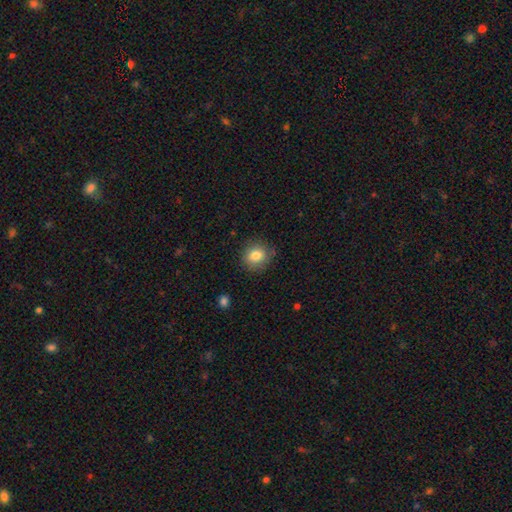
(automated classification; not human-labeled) smooth 83%, star or artifact 9%, featured or disk 8%. Down the decision tree: how rounded — round (77%); merging — none (84%).